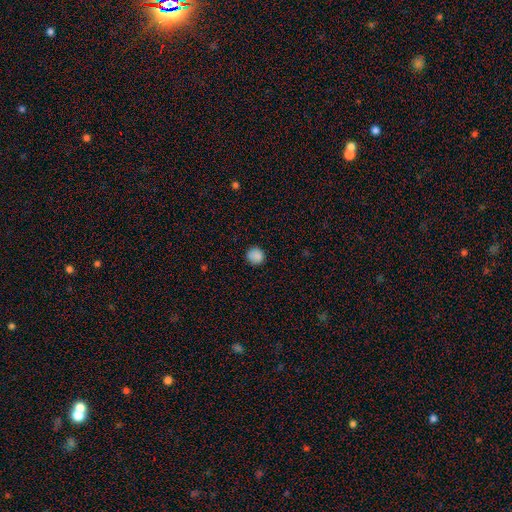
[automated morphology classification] This appears to be a smooth galaxy with no disk features (86%) that is round (92%). Merging: none (87%).